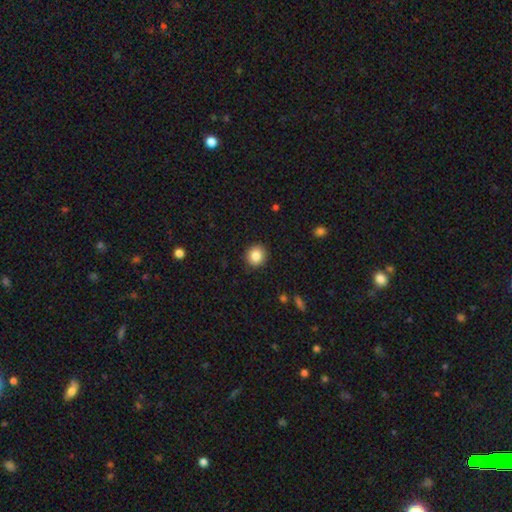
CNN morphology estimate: A smooth galaxy with no disk features (85%) that is round (88%). Merging: none (91%).